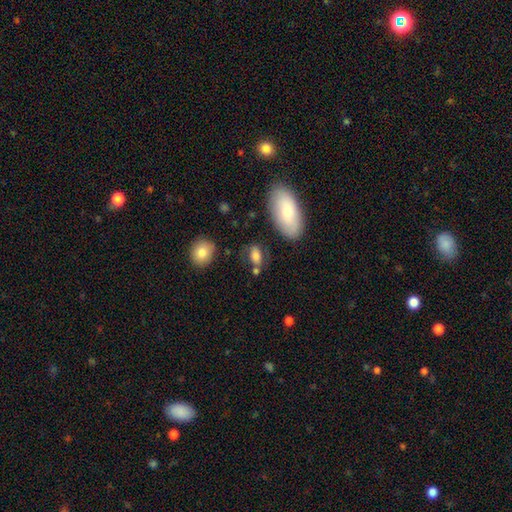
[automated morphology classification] smooth-or-featured: smooth: 79% | featured or disk: 11% | star or artifact: 10%
  how-rounded: in between: 84% | round: 12% | cigar-shaped: 4%
  merging: none: 62% | minor disturbance: 19% | merger: 12% | major disturbance: 7%